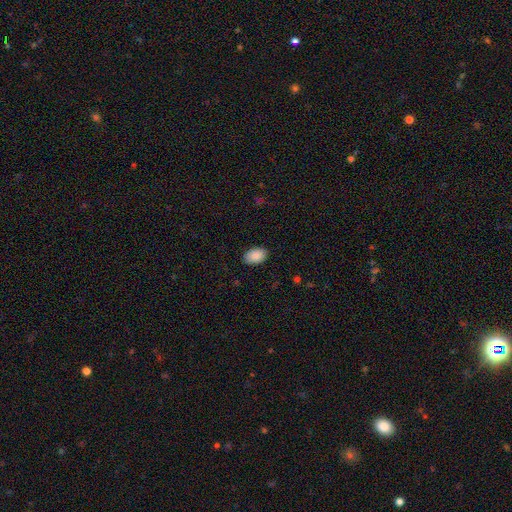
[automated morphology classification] Q: Smooth or featured?
A: smooth (90%); runner-up: star or artifact (7%)
Q: How rounded?
A: in between (91%); runner-up: round (8%)
Q: Merging?
A: none (88%); runner-up: minor disturbance (9%)